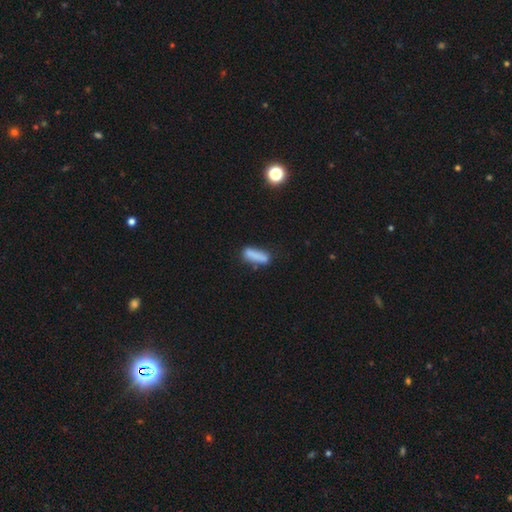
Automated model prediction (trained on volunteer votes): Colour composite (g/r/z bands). It shows a smooth galaxy with no disk features (82%) that is cigar-shaped (58%). Merging: none (67%).